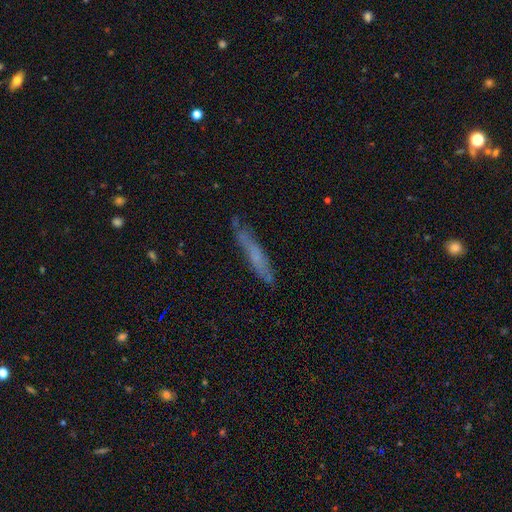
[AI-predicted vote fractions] This appears to be a smooth galaxy with no disk features (52%) that is cigar-shaped (92%). Merging: none (78%).